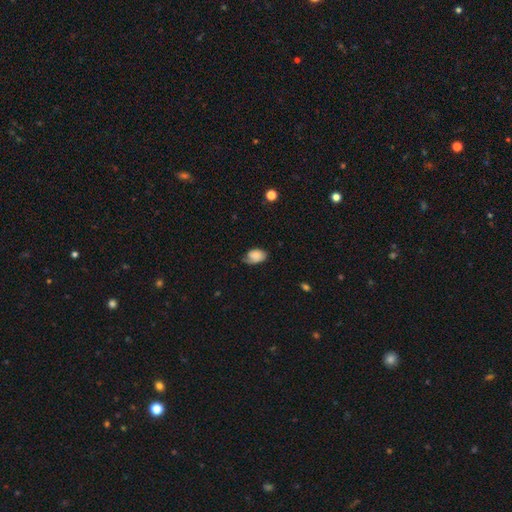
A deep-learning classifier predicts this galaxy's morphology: type=smooth (73%); roundness=in between (87%); merging=none (49%).